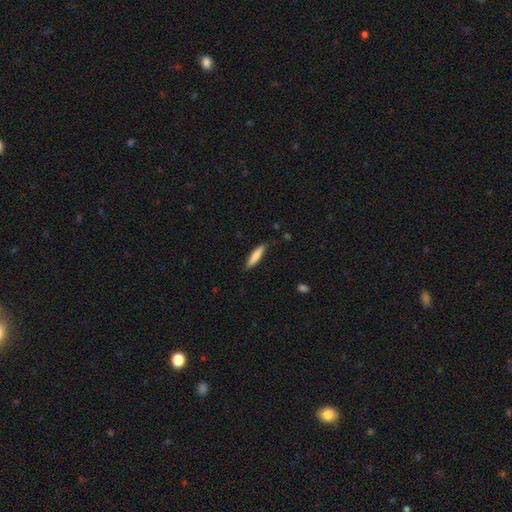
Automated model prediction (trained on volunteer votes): This is likely a smooth galaxy (80%). How rounded: clearly cigar-shaped (82%). Merging: clearly none (83%).